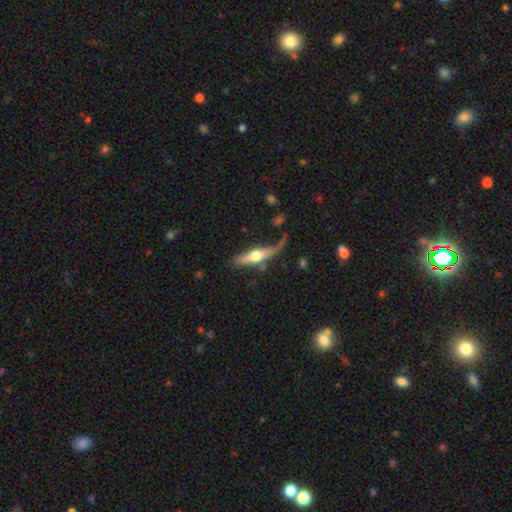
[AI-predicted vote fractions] featured or disk 57%, smooth 37%, star or artifact 6%. Down the decision tree: edge-on disk — yes (88%); edge-on bulge — rounded (94%); merging — none (54%).